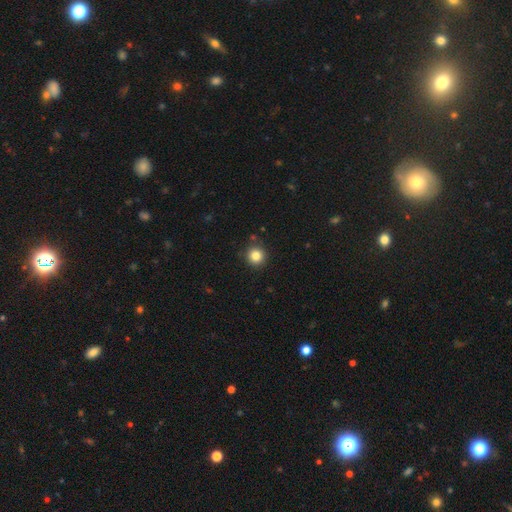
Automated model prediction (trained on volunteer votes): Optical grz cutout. It shows a smooth galaxy with no disk features (84%) that is round (94%). Merging: none (88%).